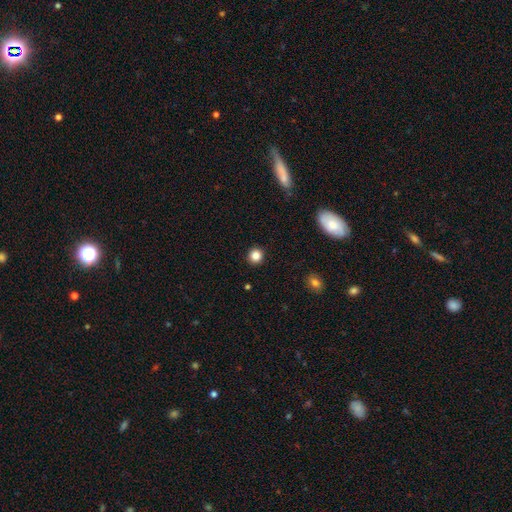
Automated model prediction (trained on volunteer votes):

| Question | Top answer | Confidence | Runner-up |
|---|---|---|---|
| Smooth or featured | smooth | 83% | star or artifact (12%) |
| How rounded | round | 93% | in between (6%) |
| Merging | none | 92% | minor disturbance (5%) |